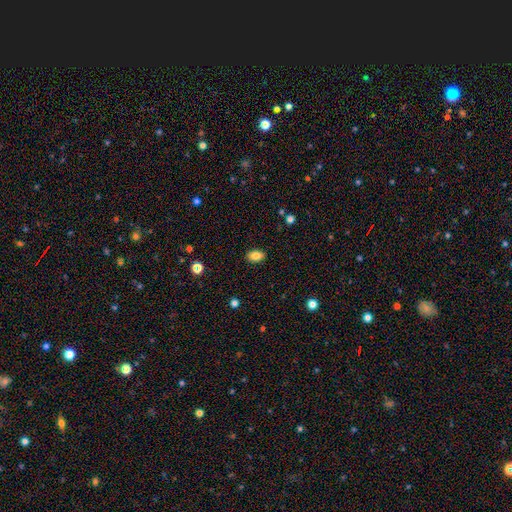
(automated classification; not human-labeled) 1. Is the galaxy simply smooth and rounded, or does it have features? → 84% smooth, 9% star or artifact, 7% featured or disk.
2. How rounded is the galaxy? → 88% in between, 10% round, 2% cigar-shaped.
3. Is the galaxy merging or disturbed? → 89% none, 8% minor disturbance, 2% major disturbance, 1% merger.